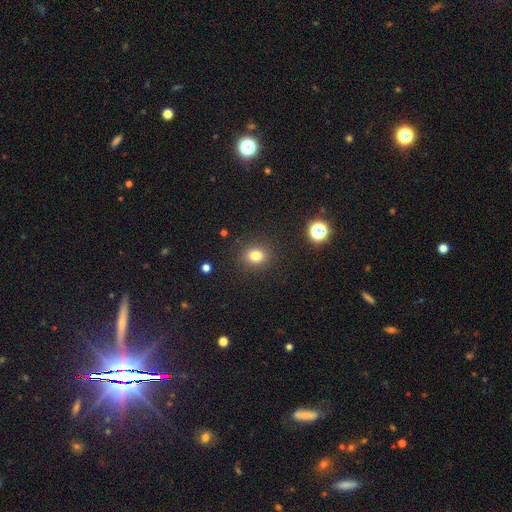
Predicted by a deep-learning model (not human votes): Smooth or featured?
  - smooth: 80% *
  - star or artifact: 14%
  - featured or disk: 6%
How rounded?
  - round: 72% *
  - in between: 28%
  - cigar-shaped: 1%
Merging?
  - none: 89% *
  - minor disturbance: 7%
  - major disturbance: 3%
  - merger: 1%